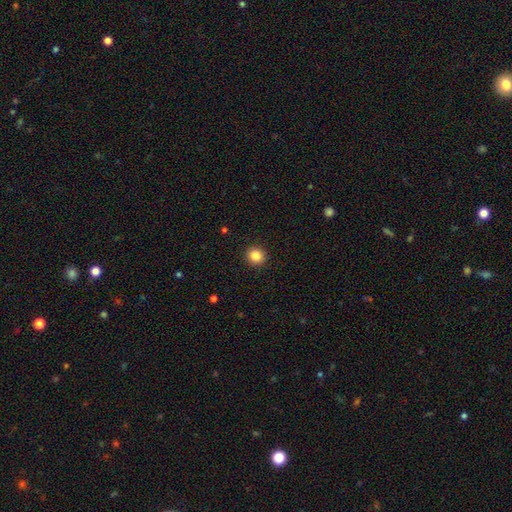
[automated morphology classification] Smooth or featured: smooth — 86% (star or artifact — 10%)
How rounded: round — 91% (in between — 8%)
Merging: none — 93% (minor disturbance — 5%)